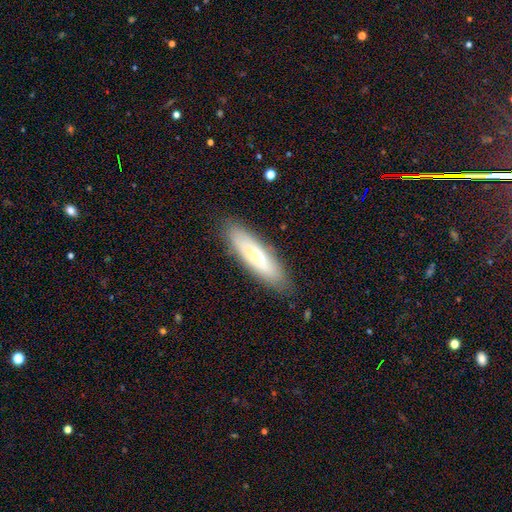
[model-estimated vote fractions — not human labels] This is possibly a smooth galaxy (58%). How rounded: likely cigar-shaped (66%). Merging: clearly none (86%).